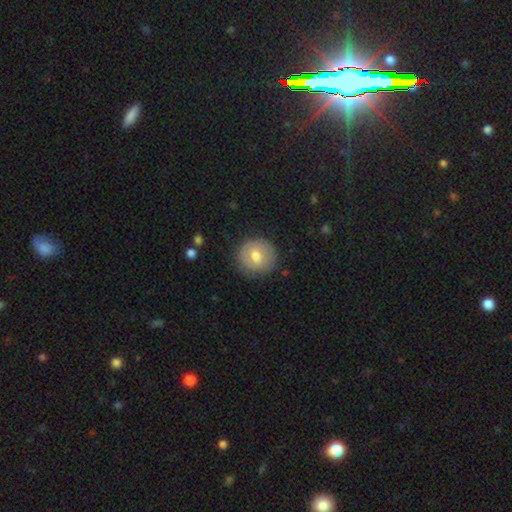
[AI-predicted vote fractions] This appears to be a smooth galaxy with no disk features (67%) that is round (91%). Merging: none (84%).